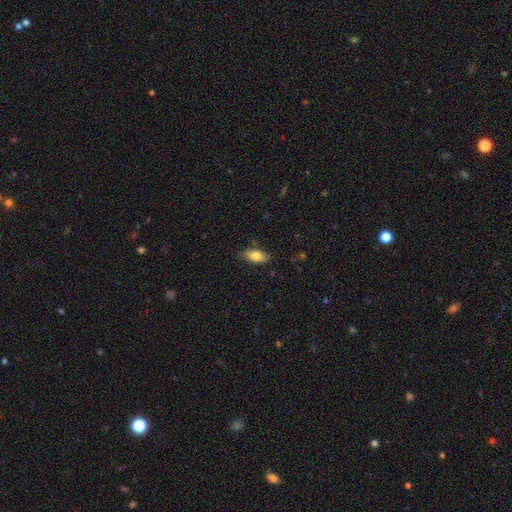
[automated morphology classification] smooth 78%, featured or disk 15%, star or artifact 7%. Down the decision tree: how rounded — in between (87%); merging — none (77%).